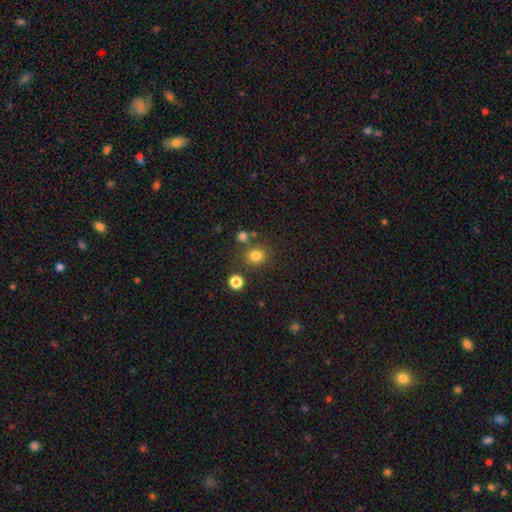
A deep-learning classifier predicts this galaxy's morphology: Smooth or featured: smooth — 79% (star or artifact — 15%)
How rounded: round — 81% (in between — 19%)
Merging: none — 76% (merger — 10%)